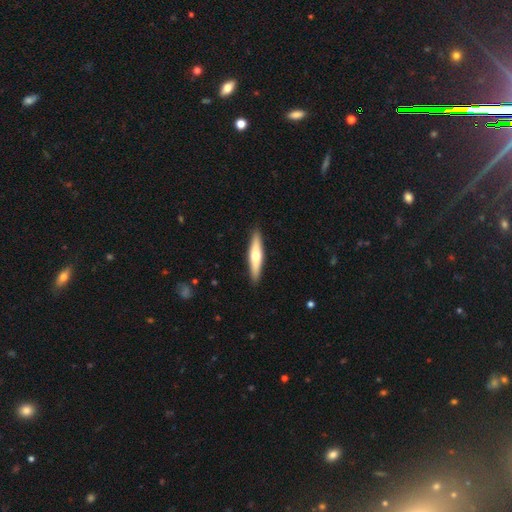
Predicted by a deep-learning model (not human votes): This is possibly a smooth galaxy (48%). Merging: clearly none (91%).